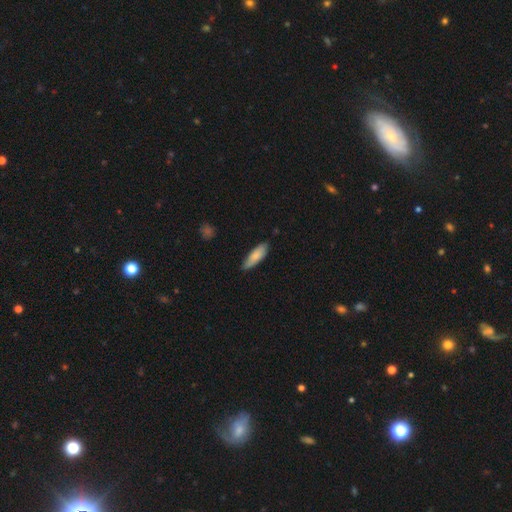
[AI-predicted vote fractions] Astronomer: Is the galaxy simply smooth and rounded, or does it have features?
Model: smooth — 83%.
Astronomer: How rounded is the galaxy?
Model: in between — 54% (runner-up: cigar-shaped, 44%).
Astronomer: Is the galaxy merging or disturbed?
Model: none — 77%.